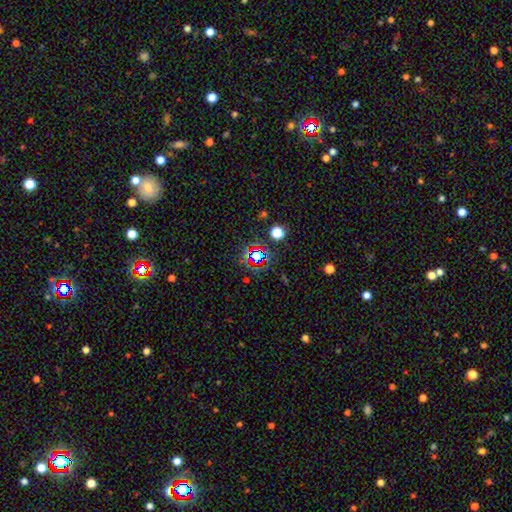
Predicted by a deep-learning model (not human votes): Overall: star or artifact (62%; smooth 27%).